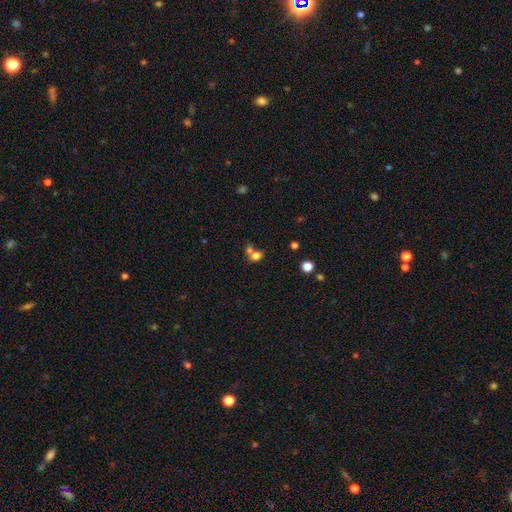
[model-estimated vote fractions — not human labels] smooth-or-featured: smooth: 75% | star or artifact: 14% | featured or disk: 11%
  how-rounded: in between: 56% | round: 43% | cigar-shaped: 2%
  merging: merger: 54% | none: 34% | minor disturbance: 8% | major disturbance: 5%